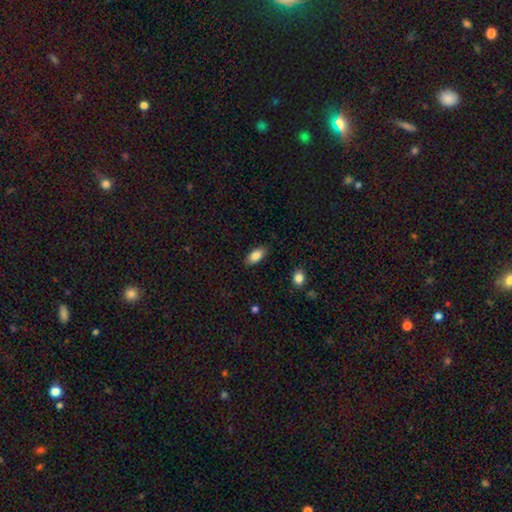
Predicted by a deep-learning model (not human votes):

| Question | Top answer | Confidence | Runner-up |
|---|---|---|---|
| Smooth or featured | smooth | 85% | featured or disk (8%) |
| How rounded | in between | 90% | cigar-shaped (7%) |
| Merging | none | 87% | minor disturbance (10%) |